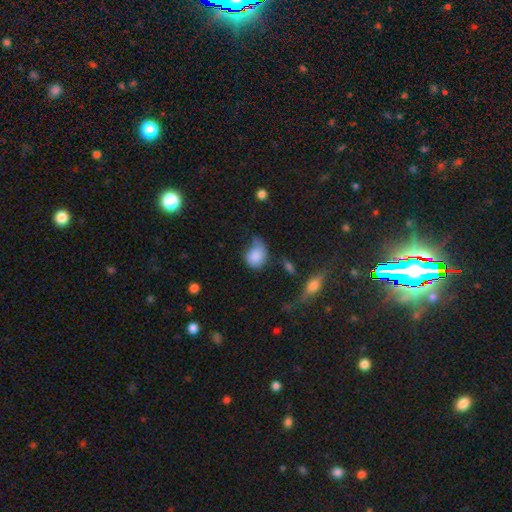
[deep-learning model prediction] Q: Smooth or featured?
A: smooth (83%); runner-up: featured or disk (9%)
Q: How rounded?
A: round (52%); runner-up: in between (46%)
Q: Merging?
A: minor disturbance (38%); runner-up: none (35%)